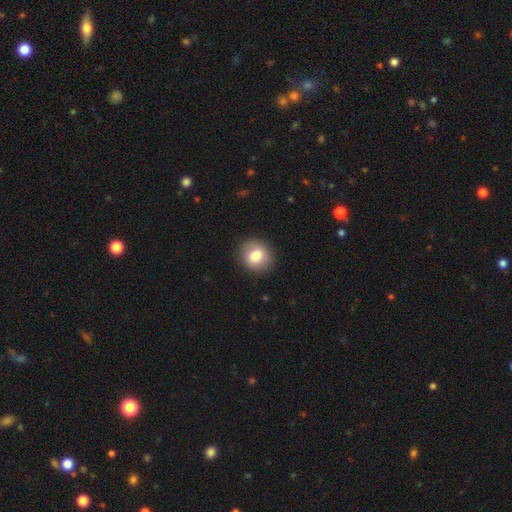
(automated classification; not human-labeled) Smooth or featured?
  - smooth: 81% *
  - featured or disk: 11%
  - star or artifact: 9%
How rounded?
  - round: 83% *
  - in between: 16%
  - cigar-shaped: 1%
Merging?
  - none: 90% *
  - minor disturbance: 7%
  - major disturbance: 2%
  - merger: 1%